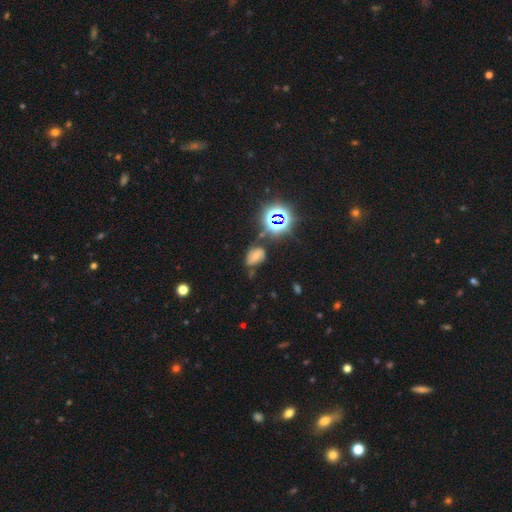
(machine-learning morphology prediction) type=smooth (39%); merging=none (56%).